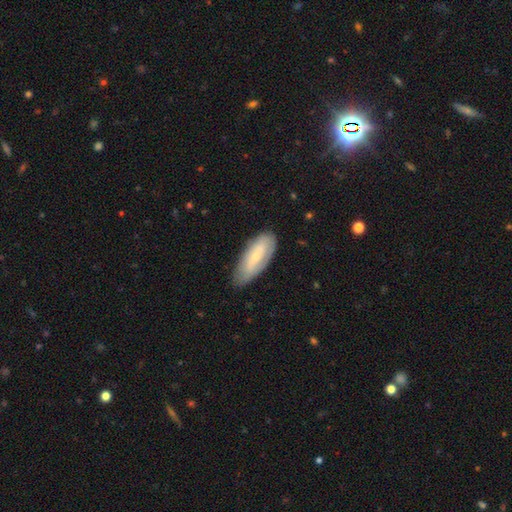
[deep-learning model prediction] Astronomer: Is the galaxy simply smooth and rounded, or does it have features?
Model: smooth — 53% (runner-up: featured or disk, 40%).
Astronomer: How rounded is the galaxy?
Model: in between — 74%.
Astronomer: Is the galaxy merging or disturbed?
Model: none — 76%.